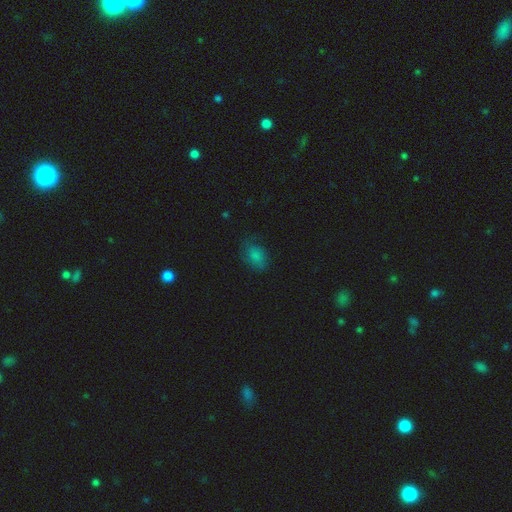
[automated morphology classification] Smooth or featured?
  - smooth: 75% *
  - star or artifact: 13%
  - featured or disk: 12%
How rounded?
  - in between: 77% *
  - round: 22%
  - cigar-shaped: 2%
Merging?
  - none: 66% *
  - minor disturbance: 25%
  - major disturbance: 8%
  - merger: 1%